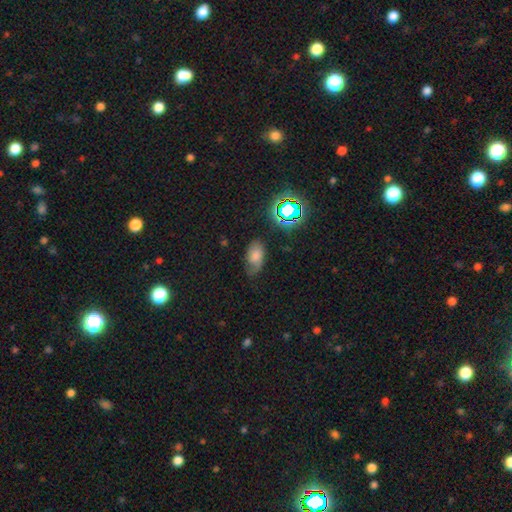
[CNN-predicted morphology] This is possibly a smooth galaxy (57%). How rounded: clearly in between (90%). Merging: possibly none (57%).